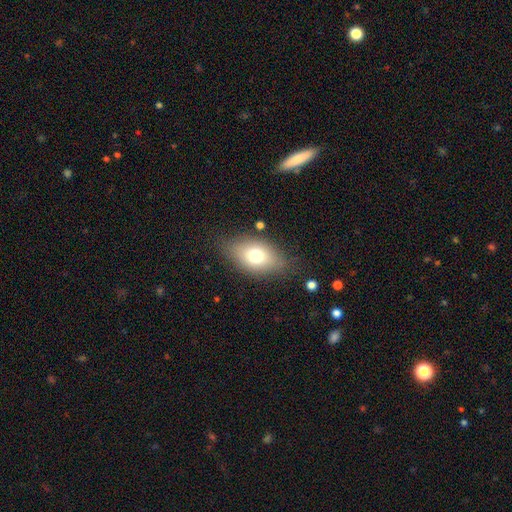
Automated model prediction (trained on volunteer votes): A smooth galaxy with no disk features (72%) that is in between round and cigar-shaped (85%). Merging: none (77%).